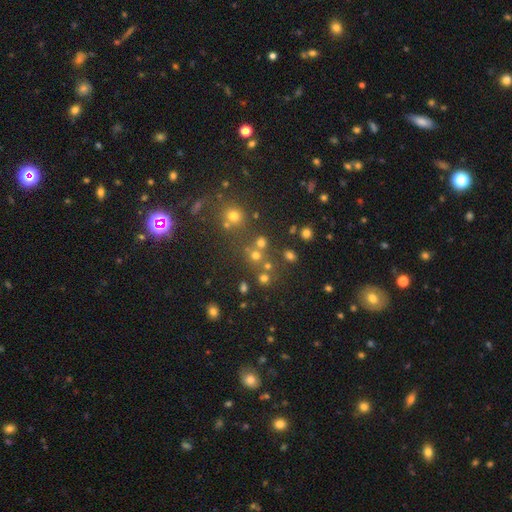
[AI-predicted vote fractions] A smooth galaxy with no disk features (50%). Merging: none (69%).